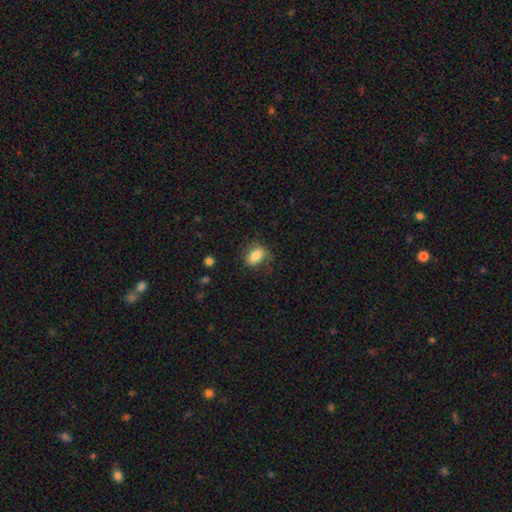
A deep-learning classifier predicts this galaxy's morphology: This appears to be a smooth galaxy with no disk features (82%) that is in between round and cigar-shaped (78%). Merging: none (71%).